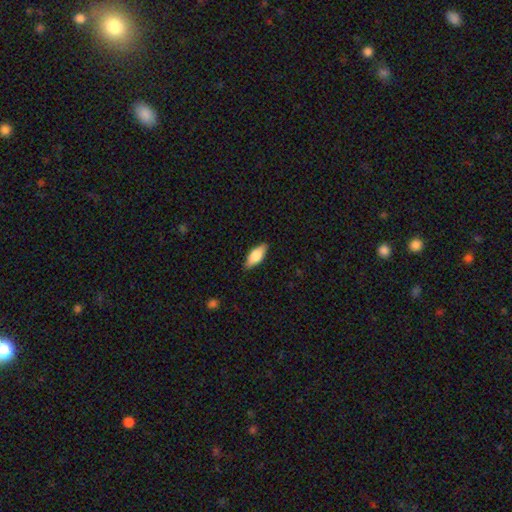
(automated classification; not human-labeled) smooth-or-featured: smooth: 74% | featured or disk: 20% | star or artifact: 6%
  how-rounded: in between: 79% | cigar-shaped: 19% | round: 2%
  merging: none: 86% | minor disturbance: 11% | major disturbance: 2% | merger: 1%